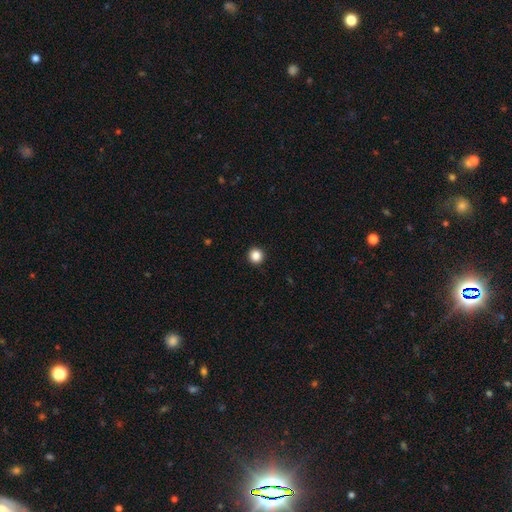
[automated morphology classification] Smooth or featured?
  - smooth: 86% *
  - star or artifact: 11%
  - featured or disk: 3%
How rounded?
  - round: 95% *
  - in between: 4%
  - cigar-shaped: 1%
Merging?
  - none: 93% *
  - minor disturbance: 4%
  - major disturbance: 1%
  - merger: 1%